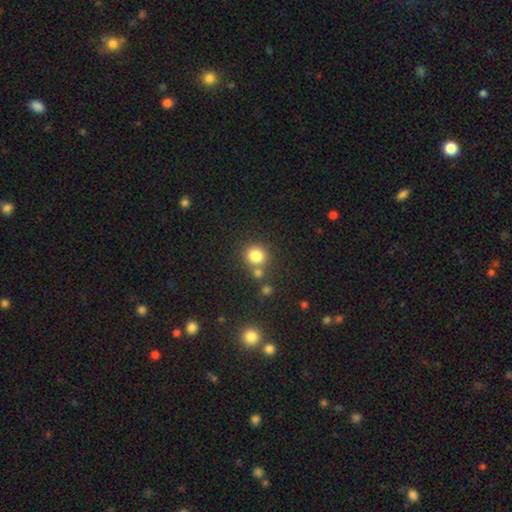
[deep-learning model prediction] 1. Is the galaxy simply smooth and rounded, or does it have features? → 81% smooth, 12% star or artifact, 7% featured or disk.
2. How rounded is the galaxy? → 87% round, 12% in between, 1% cigar-shaped.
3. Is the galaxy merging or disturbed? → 67% none, 21% merger, 9% minor disturbance, 4% major disturbance.